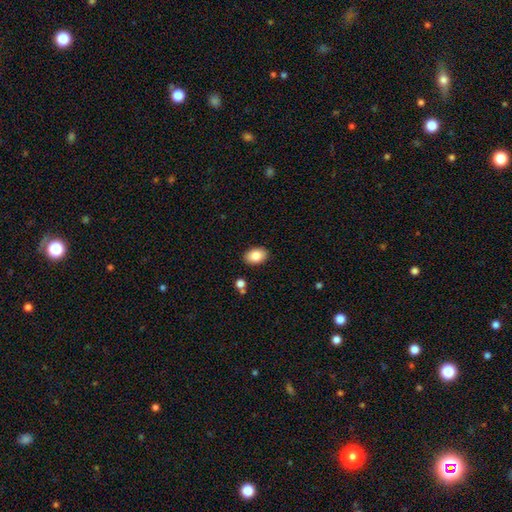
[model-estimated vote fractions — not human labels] Smooth or featured? Predicted: smooth (p=0.84). How rounded? Predicted: in between (p=0.85). Merging? Predicted: none (p=0.89).